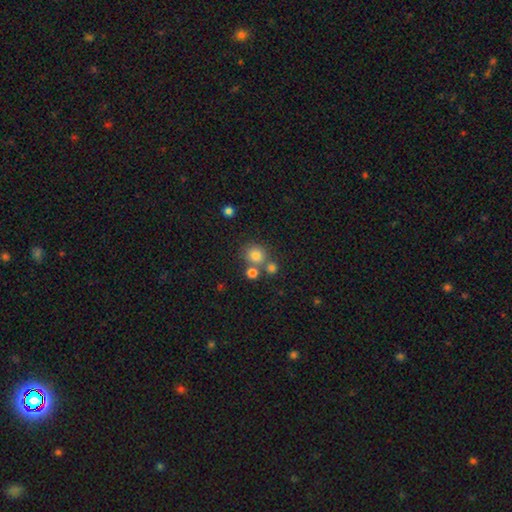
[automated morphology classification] Smooth or featured? Predicted: smooth (p=0.78). How rounded? Predicted: round (p=0.85). Merging? Predicted: none (p=0.64).